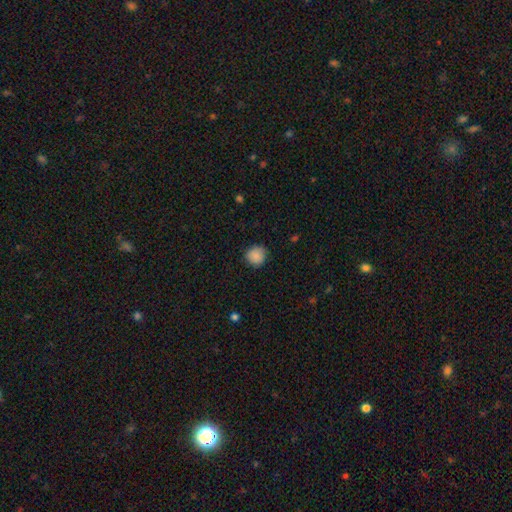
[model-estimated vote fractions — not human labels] Overall: smooth (88%). How rounded: round (90%). Merging: none (85%).